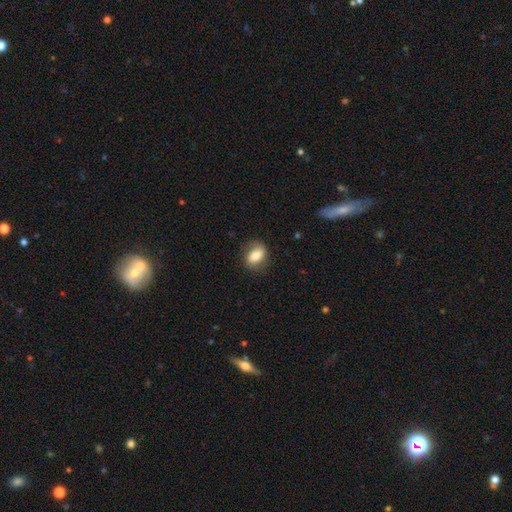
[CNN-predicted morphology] Smooth or featured: smooth — 72% (featured or disk — 20%)
How rounded: in between — 74% (round — 24%)
Merging: none — 77% (minor disturbance — 16%)